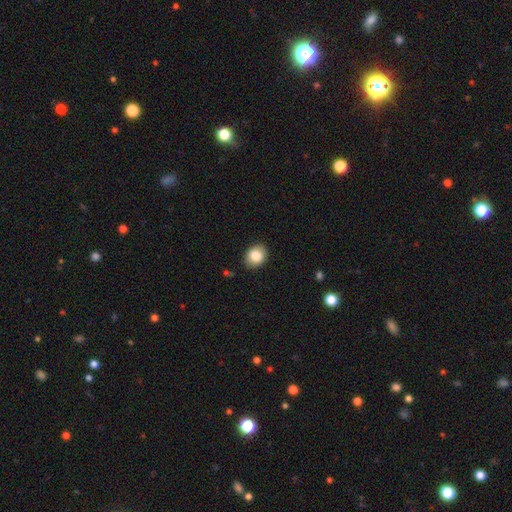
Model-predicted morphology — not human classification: Smooth or featured?
  - smooth: 83% *
  - featured or disk: 9%
  - star or artifact: 8%
How rounded?
  - in between: 60% *
  - round: 39%
  - cigar-shaped: 1%
Merging?
  - none: 85% *
  - minor disturbance: 11%
  - major disturbance: 2%
  - merger: 1%